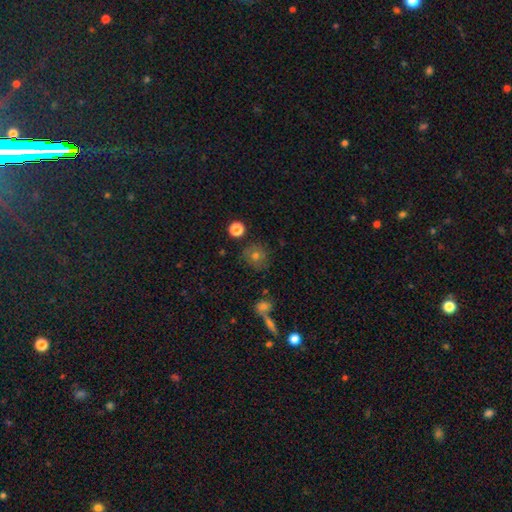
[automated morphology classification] A smooth galaxy with no disk features (68%) that is round (87%). Merging: none (79%).